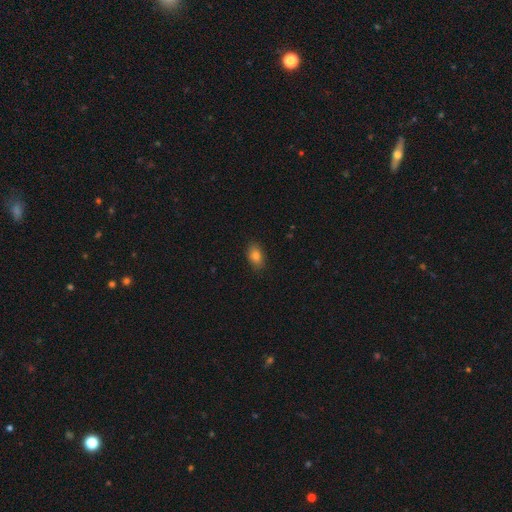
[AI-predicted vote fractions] Morphology: type=smooth (82%); roundness=in between (86%); merging=none (86%).